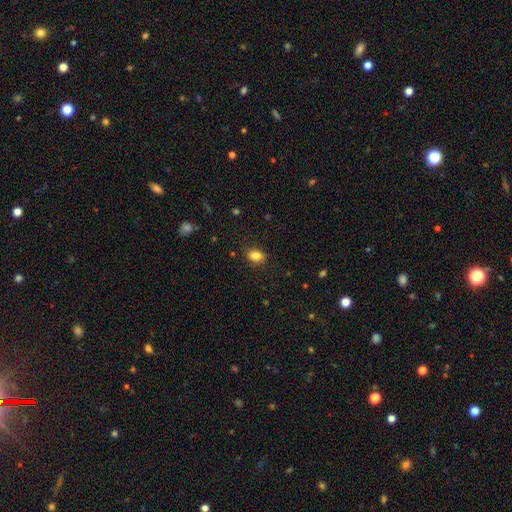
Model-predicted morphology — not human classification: This appears to be a smooth galaxy with no disk features (84%) that is in between round and cigar-shaped (73%). Merging: none (85%).